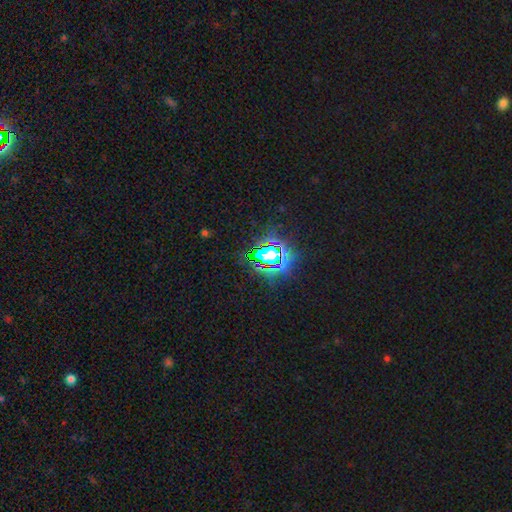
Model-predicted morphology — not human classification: This is clearly a star or artifact rather than a galaxy (81%).